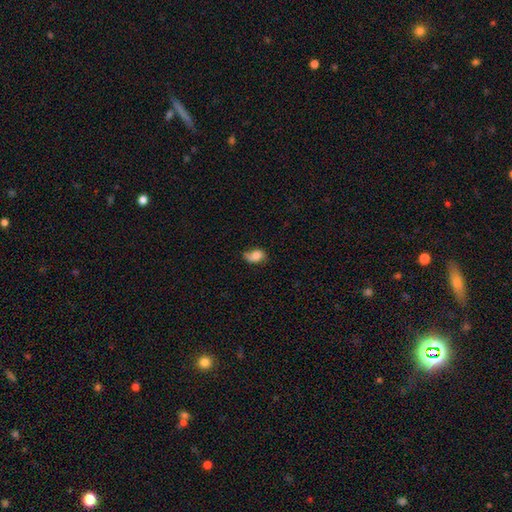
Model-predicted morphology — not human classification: Smooth or featured: smooth — 68% (featured or disk — 22%)
How rounded: in between — 79% (round — 19%)
Merging: none — 49% (minor disturbance — 35%)